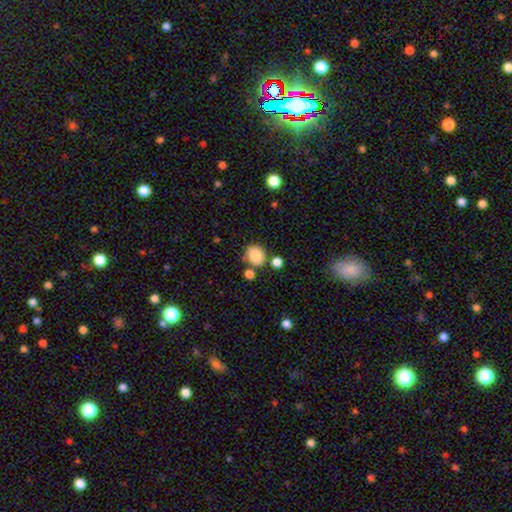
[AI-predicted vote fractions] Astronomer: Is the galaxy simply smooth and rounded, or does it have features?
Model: smooth — 85%.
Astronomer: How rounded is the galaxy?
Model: round — 78%.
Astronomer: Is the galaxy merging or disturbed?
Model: none — 67%.